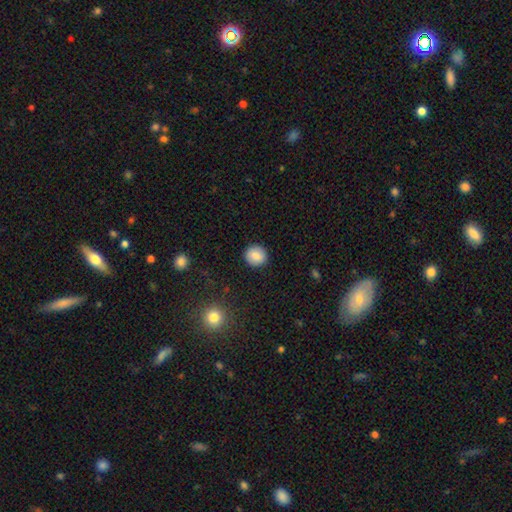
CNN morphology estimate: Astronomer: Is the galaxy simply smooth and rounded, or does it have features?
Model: smooth — 85%.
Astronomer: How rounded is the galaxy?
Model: round — 90%.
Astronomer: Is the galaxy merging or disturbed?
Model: none — 91%.